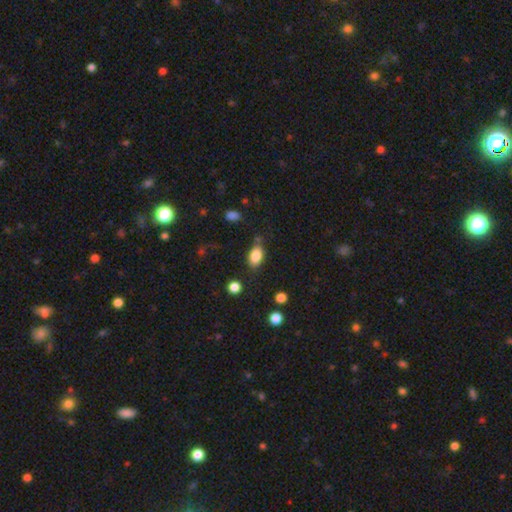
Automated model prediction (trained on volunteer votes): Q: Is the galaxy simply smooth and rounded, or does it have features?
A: smooth — 84%.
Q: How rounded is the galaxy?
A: in between — 89%.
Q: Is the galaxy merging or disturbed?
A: none — 73%.